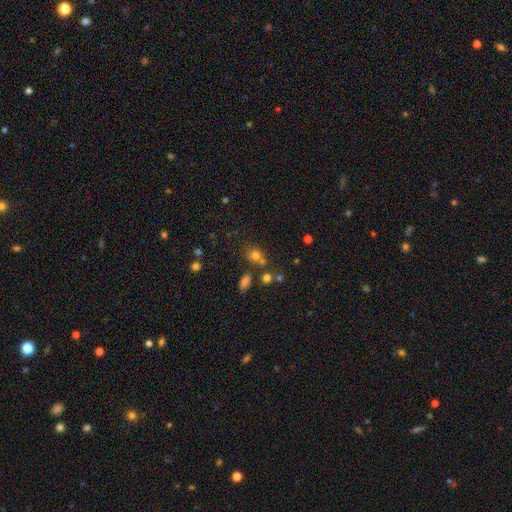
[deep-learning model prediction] Smooth or featured? smooth (71%)
How rounded? round (59%)
Merging? none (58%)